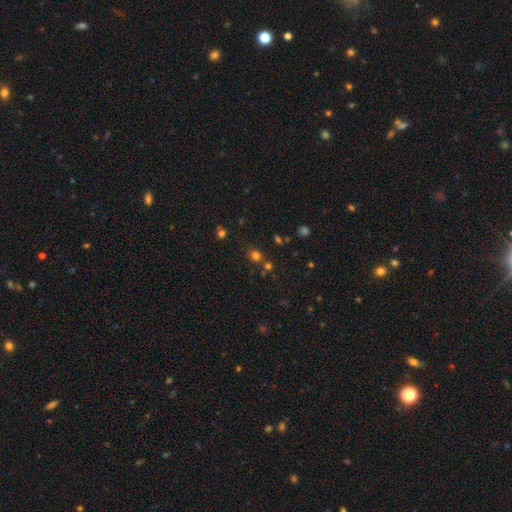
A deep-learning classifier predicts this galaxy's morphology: Overall: smooth (70%). How rounded: round (83%). Merging: none (74%).